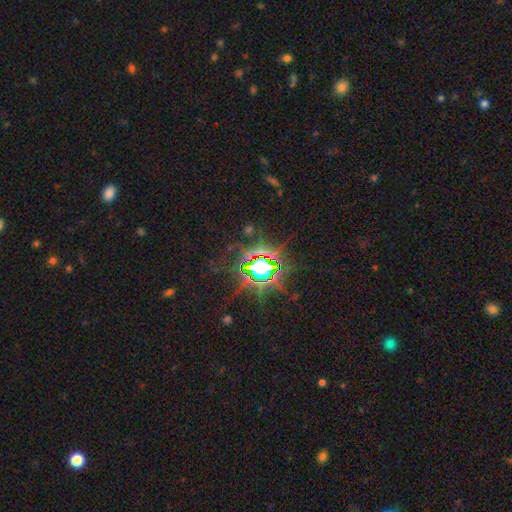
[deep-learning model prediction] smooth_or_featured: star or artifact (p=0.83) [alt: smooth p=0.09]